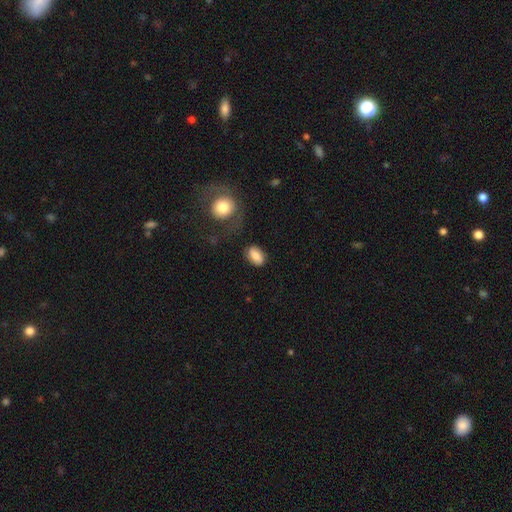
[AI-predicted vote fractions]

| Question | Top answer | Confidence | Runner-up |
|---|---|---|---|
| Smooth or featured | smooth | 80% | featured or disk (12%) |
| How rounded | in between | 86% | round (11%) |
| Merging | none | 73% | minor disturbance (17%) |